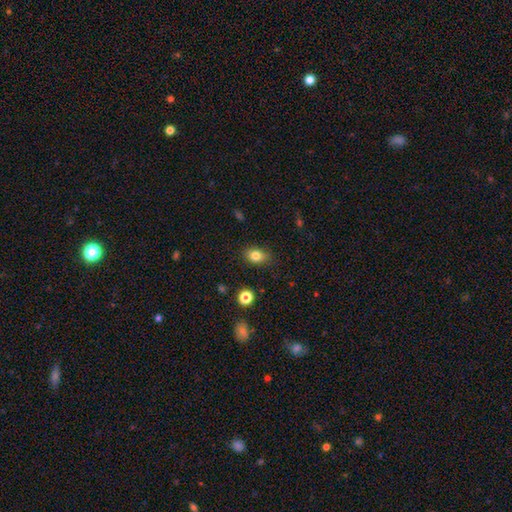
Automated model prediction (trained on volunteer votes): smooth-or-featured: smooth: 82% | star or artifact: 10% | featured or disk: 8%
  how-rounded: in between: 73% | round: 26% | cigar-shaped: 2%
  merging: none: 83% | minor disturbance: 13% | major disturbance: 3% | merger: 1%